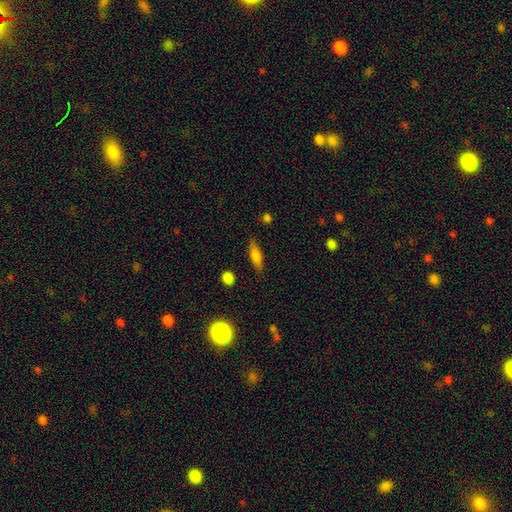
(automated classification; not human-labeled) A smooth galaxy with no disk features (65%) that is cigar-shaped (58%).

Vote fractions:
- Smooth or featured? smooth: 65% / featured or disk: 26% / star or artifact: 8%
- How rounded? cigar-shaped: 58% / in between: 39% / round: 3%
- Merging? none: 83% / minor disturbance: 12% / major disturbance: 3% / merger: 2%